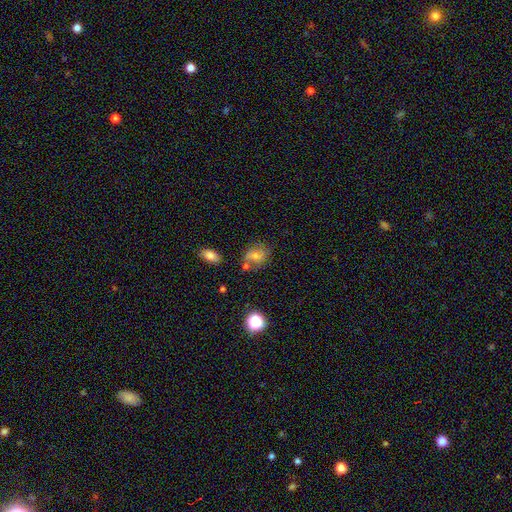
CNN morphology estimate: Smooth or featured: smooth — 64% (featured or disk — 22%)
How rounded: in between — 54% (round — 44%)
Merging: none — 55% (minor disturbance — 22%)